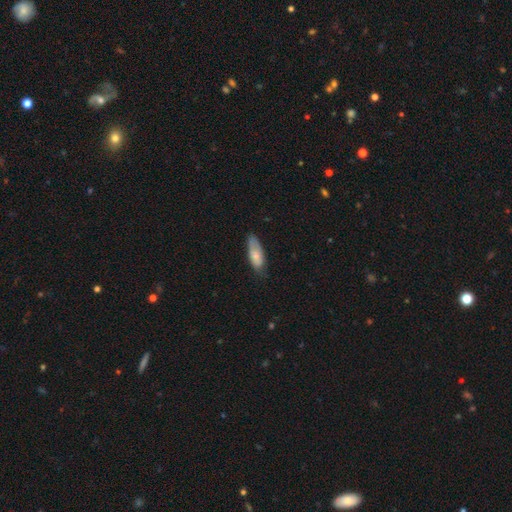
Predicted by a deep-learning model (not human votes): smooth-or-featured: smooth: 74% | featured or disk: 20% | star or artifact: 6%
  how-rounded: in between: 75% | cigar-shaped: 23% | round: 2%
  merging: none: 58% | minor disturbance: 33% | major disturbance: 8% | merger: 2%